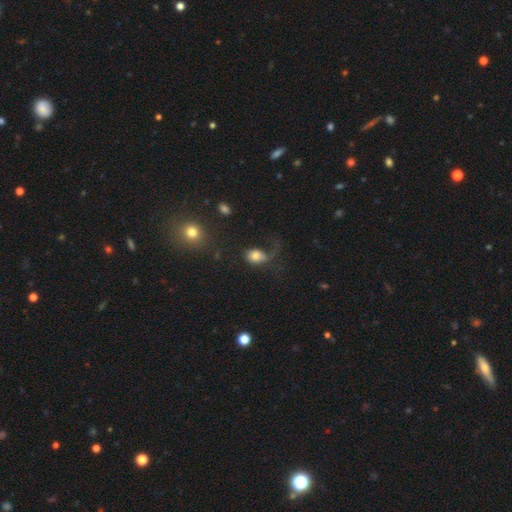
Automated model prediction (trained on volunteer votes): smooth-or-featured: smooth: 70% | featured or disk: 20% | star or artifact: 9%
  how-rounded: in between: 63% | round: 35% | cigar-shaped: 2%
  merging: major disturbance: 48% | none: 29% | minor disturbance: 19% | merger: 5%